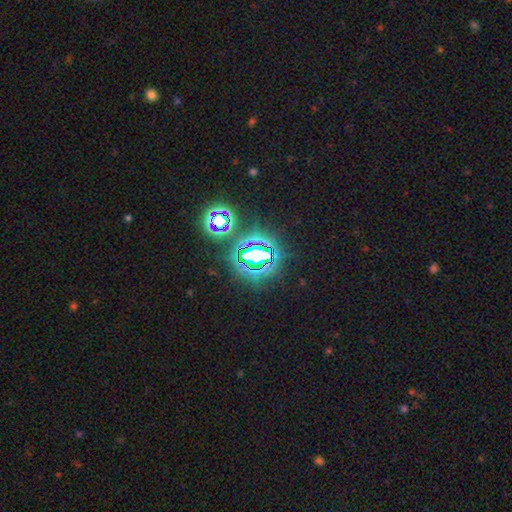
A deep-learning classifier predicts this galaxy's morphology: Overall: star or artifact (74%).